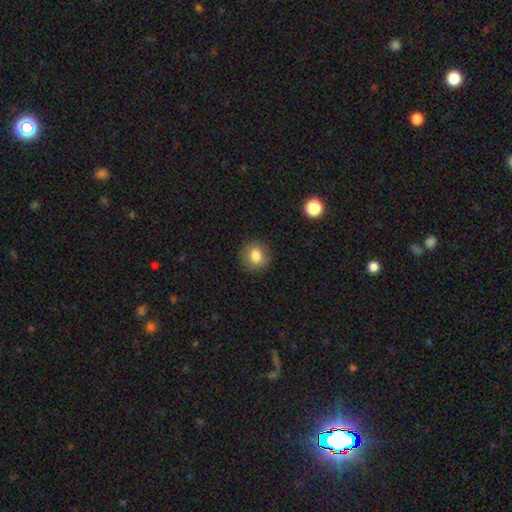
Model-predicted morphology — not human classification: Smooth or featured?
  - smooth: 81% *
  - star or artifact: 10%
  - featured or disk: 9%
How rounded?
  - round: 84% *
  - in between: 15%
  - cigar-shaped: 1%
Merging?
  - none: 87% *
  - minor disturbance: 9%
  - major disturbance: 3%
  - merger: 1%